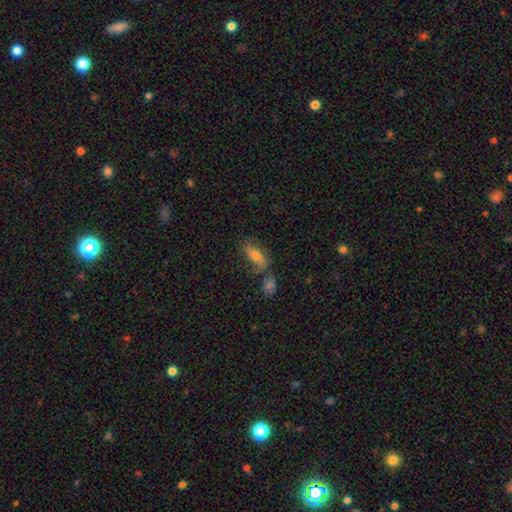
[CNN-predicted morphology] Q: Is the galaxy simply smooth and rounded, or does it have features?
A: smooth — 56%.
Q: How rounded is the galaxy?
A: in between — 69%.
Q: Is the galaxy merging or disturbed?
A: none — 52%.